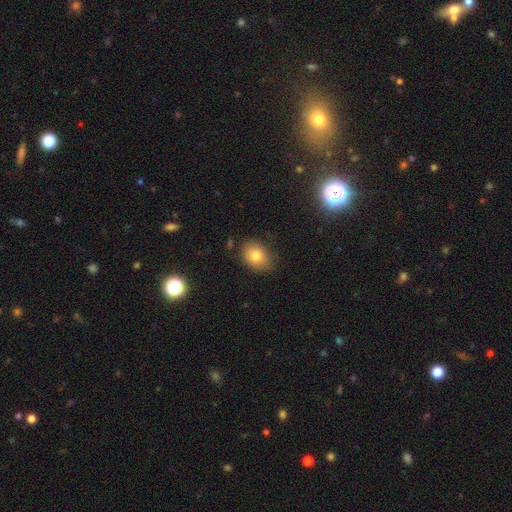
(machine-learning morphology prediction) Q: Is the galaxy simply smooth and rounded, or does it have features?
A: smooth — 79%.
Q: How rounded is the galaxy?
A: in between — 63%.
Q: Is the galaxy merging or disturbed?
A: none — 79%.